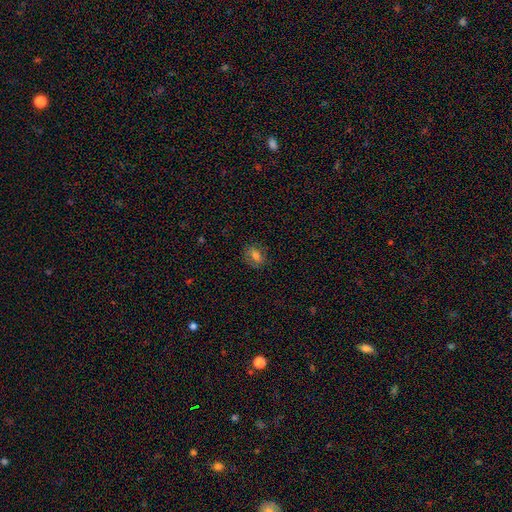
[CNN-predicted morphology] The model was most divided on "how rounded": in between: 69%, round: 29%, cigar-shaped: 3%. More confident: merging — none (82%); smooth or featured — smooth (70%).